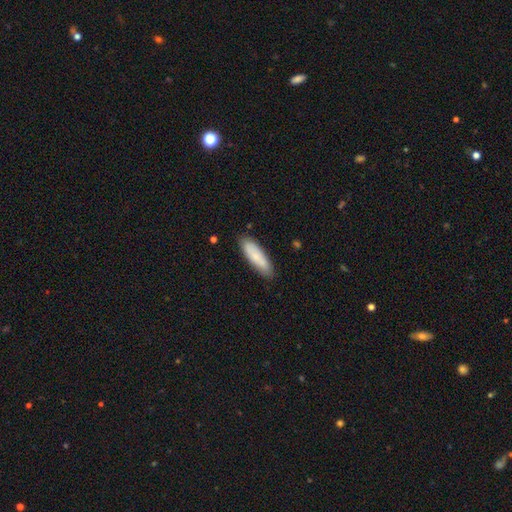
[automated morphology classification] Smooth or featured? smooth (78%)
How rounded? cigar-shaped (56%)
Merging? none (84%)